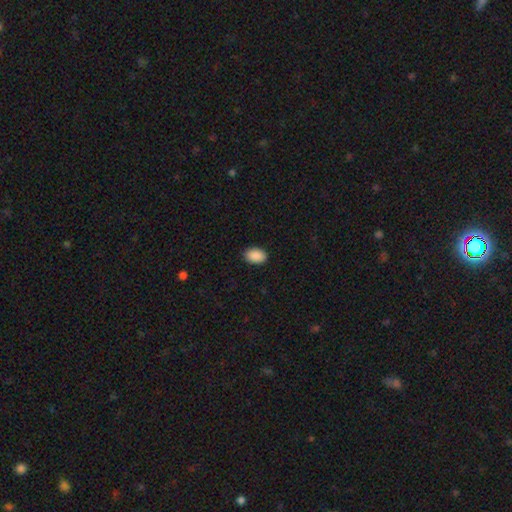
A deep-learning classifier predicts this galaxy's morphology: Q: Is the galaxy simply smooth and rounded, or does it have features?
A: smooth — 91%.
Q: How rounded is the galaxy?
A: in between — 88%.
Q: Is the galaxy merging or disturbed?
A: none — 89%.